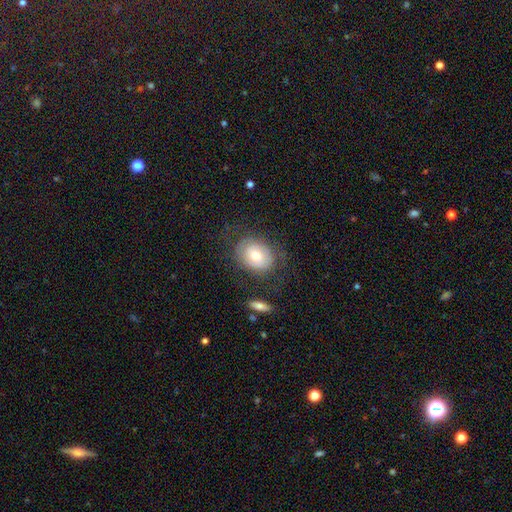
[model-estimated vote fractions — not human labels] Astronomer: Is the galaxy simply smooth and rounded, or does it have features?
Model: smooth — 58% (runner-up: featured or disk, 34%).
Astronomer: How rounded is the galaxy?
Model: in between — 54% (runner-up: round, 45%).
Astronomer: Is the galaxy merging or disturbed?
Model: none — 68%.